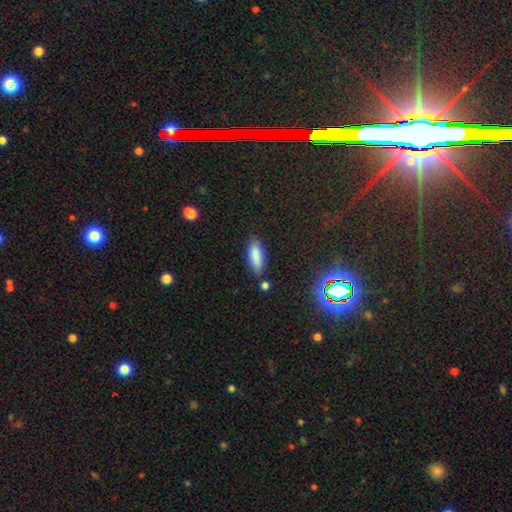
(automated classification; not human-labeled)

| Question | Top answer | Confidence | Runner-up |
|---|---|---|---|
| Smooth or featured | smooth | 85% | star or artifact (8%) |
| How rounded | in between | 71% | cigar-shaped (27%) |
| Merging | none | 79% | minor disturbance (14%) |